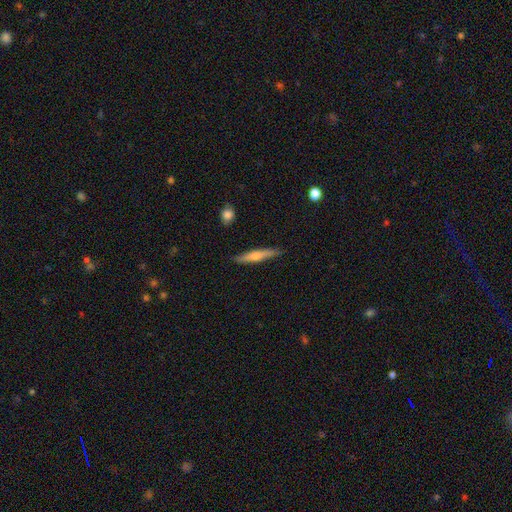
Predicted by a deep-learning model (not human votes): featured or disk 51%, smooth 43%, star or artifact 6%. Down the decision tree: edge-on disk — yes (95%); merging — none (88%).